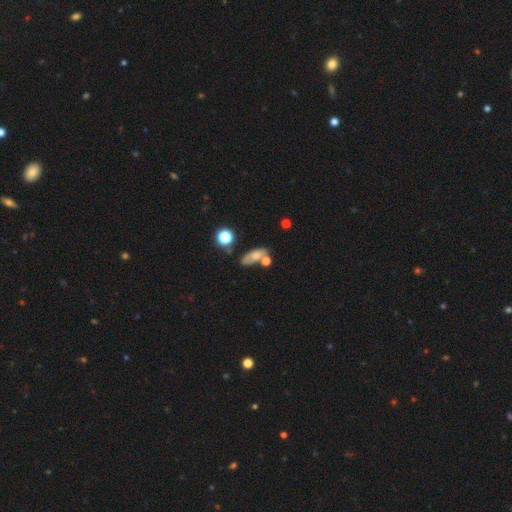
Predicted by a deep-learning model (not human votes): smooth_or_featured: smooth (p=0.66) [alt: featured or disk p=0.21]
how_rounded: in between (p=0.71) [alt: cigar-shaped p=0.18]
merging: none (p=0.51) [alt: merger p=0.21]